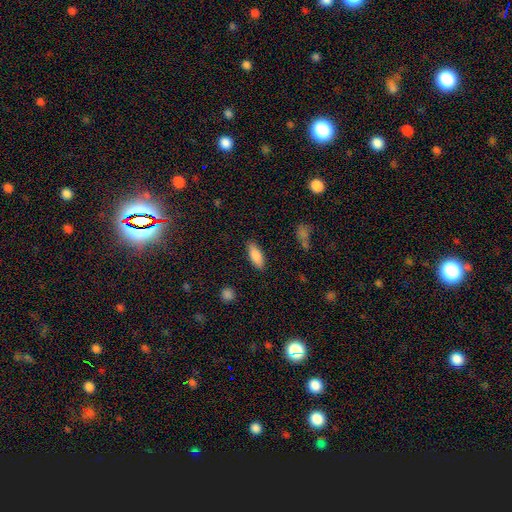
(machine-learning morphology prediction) Q: Smooth or featured?
A: smooth (85%); runner-up: featured or disk (9%)
Q: How rounded?
A: in between (73%); runner-up: cigar-shaped (25%)
Q: Merging?
A: none (87%); runner-up: minor disturbance (9%)